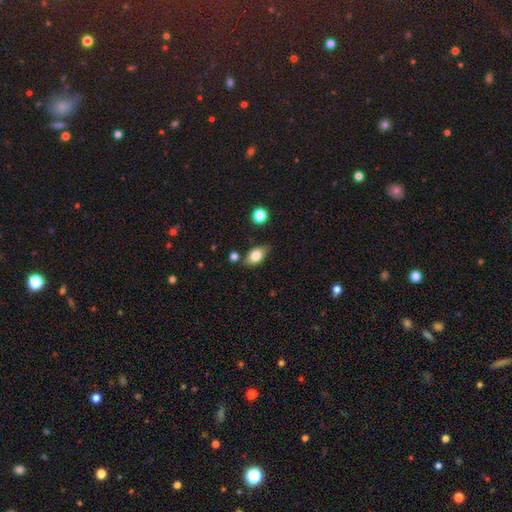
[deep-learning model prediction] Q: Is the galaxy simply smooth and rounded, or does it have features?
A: smooth — 78%.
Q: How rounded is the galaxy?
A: in between — 85%.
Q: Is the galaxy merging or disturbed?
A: none — 74%.